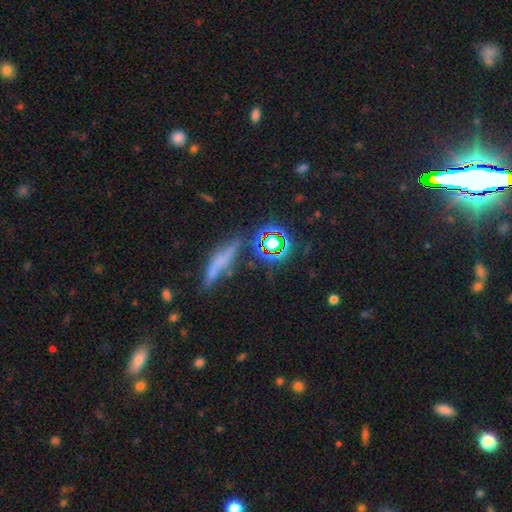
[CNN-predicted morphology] Q: Smooth or featured?
A: star or artifact (44%); runner-up: smooth (31%)